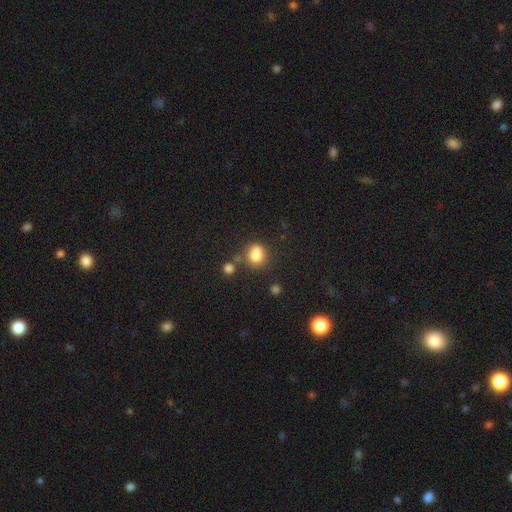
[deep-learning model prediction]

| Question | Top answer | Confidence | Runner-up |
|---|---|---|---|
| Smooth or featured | smooth | 79% | star or artifact (12%) |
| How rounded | round | 69% | in between (30%) |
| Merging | none | 55% | merger (20%) |